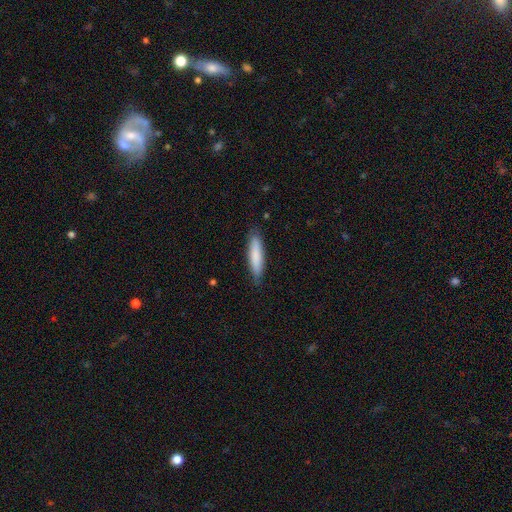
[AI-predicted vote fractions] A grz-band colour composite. It shows a smooth galaxy with no disk features (83%) that is cigar-shaped (78%). Merging: none (85%).